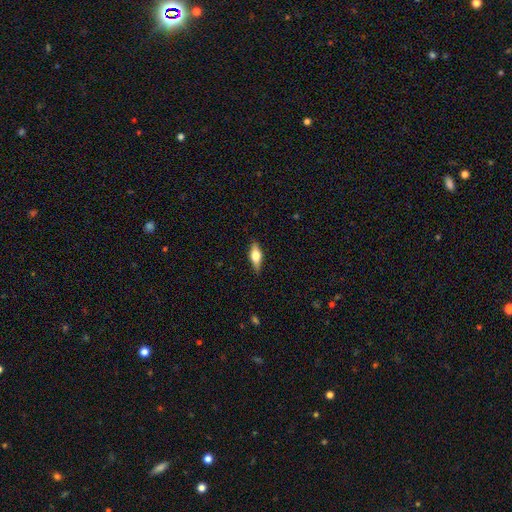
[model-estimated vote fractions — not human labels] Q: Smooth or featured?
A: smooth (49%); runner-up: featured or disk (44%)
Q: Merging?
A: none (85%); runner-up: minor disturbance (12%)